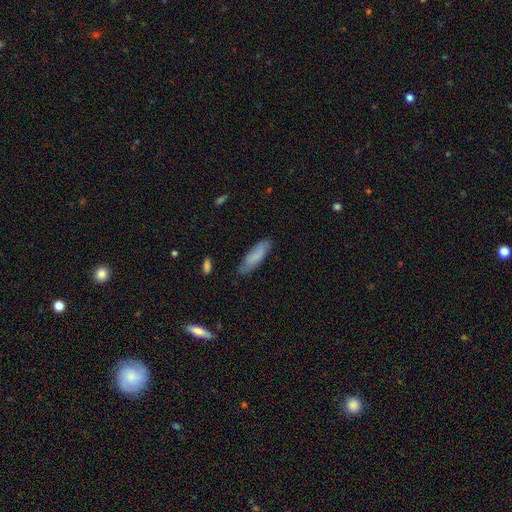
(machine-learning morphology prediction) A smooth galaxy with no disk features (77%) that is cigar-shaped (58%).

Vote fractions:
- Smooth or featured? smooth: 77% / featured or disk: 16% / star or artifact: 7%
- How rounded? cigar-shaped: 58% / in between: 41% / round: 1%
- Merging? none: 78% / minor disturbance: 17% / major disturbance: 3% / merger: 2%